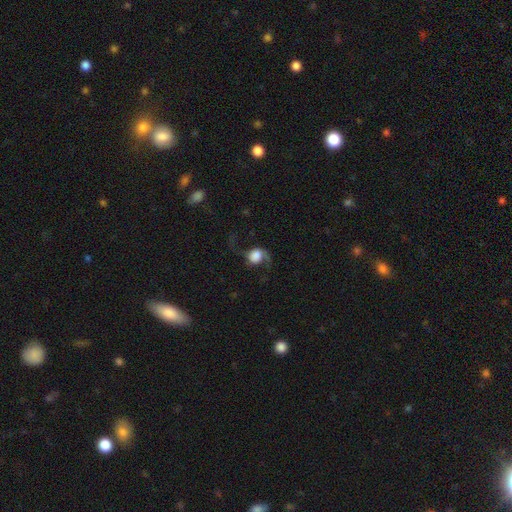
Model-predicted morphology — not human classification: The model was most divided on "bulge size": dominant: 40%, large: 34%, none: 10%, moderate: 10%, small: 6%. More confident: edge-on disk — no (96%); spiral arms — yes (92%); spiral arm count — 2 (84%); spiral winding — loose (83%); bar — no (70%); smooth or featured — featured or disk (60%); merging — none (55%).